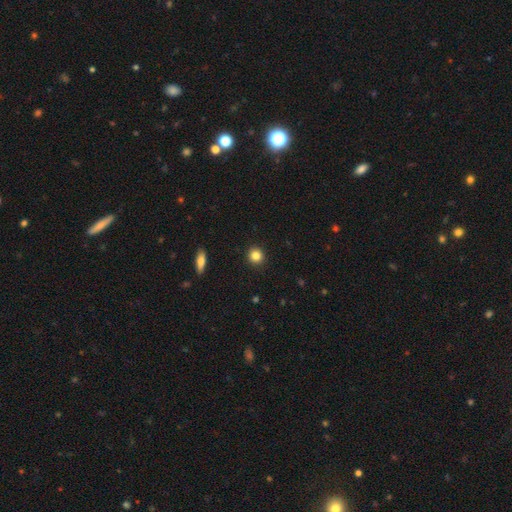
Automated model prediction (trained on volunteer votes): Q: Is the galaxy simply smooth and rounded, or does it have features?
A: smooth — 84%.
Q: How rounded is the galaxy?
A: round — 91%.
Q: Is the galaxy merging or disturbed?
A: none — 92%.